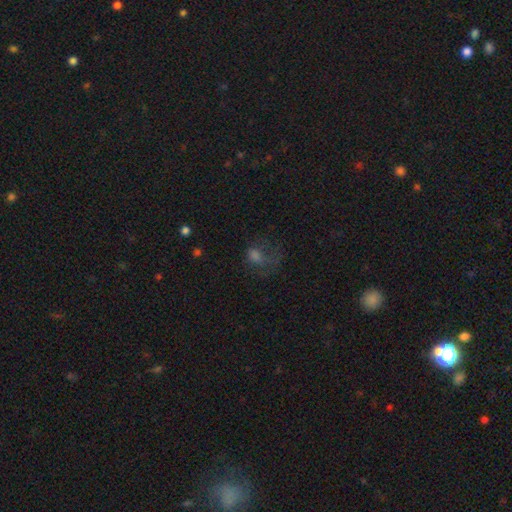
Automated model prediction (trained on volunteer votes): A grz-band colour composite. It shows a smooth galaxy with no disk features (51%) that is in between round and cigar-shaped (55%). Merging: major disturbance (47%).